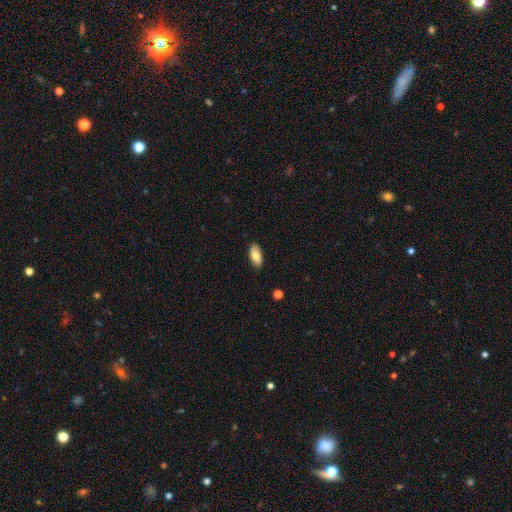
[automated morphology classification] Q: Smooth or featured?
A: smooth (80%); runner-up: featured or disk (14%)
Q: How rounded?
A: in between (89%); runner-up: cigar-shaped (9%)
Q: Merging?
A: none (84%); runner-up: minor disturbance (13%)